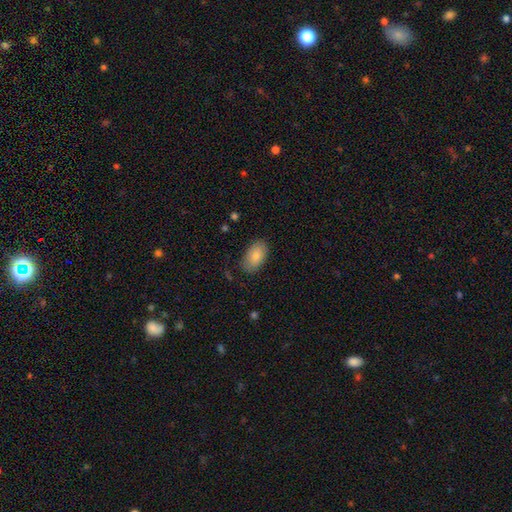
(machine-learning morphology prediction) Smooth or featured? Predicted: smooth (p=0.82). How rounded? Predicted: in between (p=0.93). Merging? Predicted: none (p=0.80).